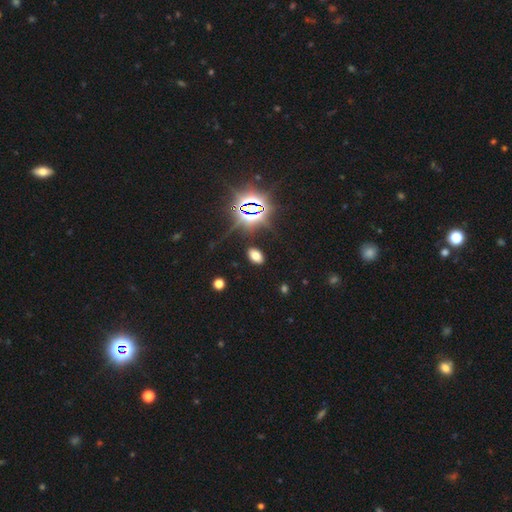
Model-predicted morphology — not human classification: smooth_or_featured: smooth (p=0.61) [alt: star or artifact p=0.30]
how_rounded: in between (p=0.90) [alt: round p=0.09]
merging: none (p=0.87) [alt: minor disturbance p=0.08]